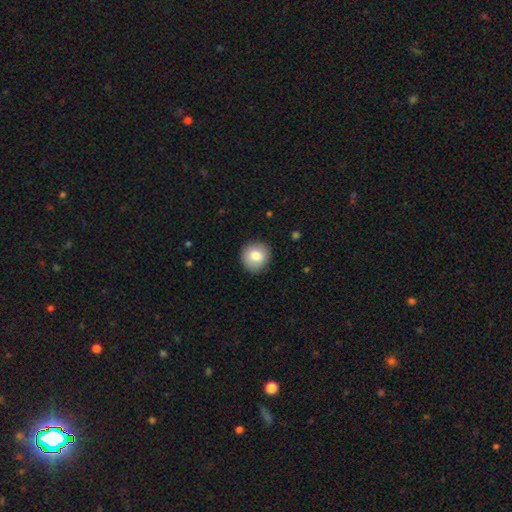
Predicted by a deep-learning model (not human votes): Q: Smooth or featured?
A: smooth (82%); runner-up: featured or disk (10%)
Q: How rounded?
A: round (92%); runner-up: in between (7%)
Q: Merging?
A: none (90%); runner-up: minor disturbance (7%)